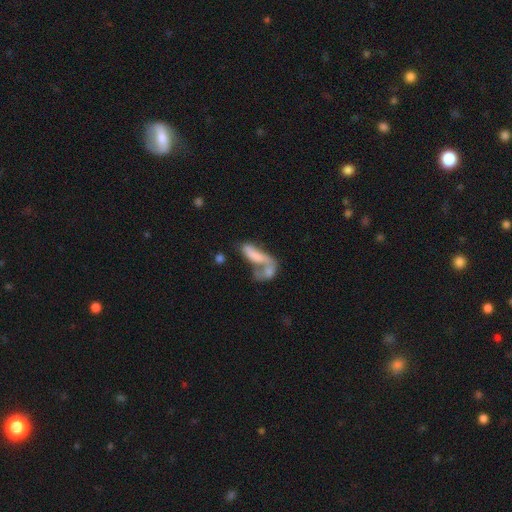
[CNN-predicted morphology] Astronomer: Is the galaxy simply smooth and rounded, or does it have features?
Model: smooth — 58%.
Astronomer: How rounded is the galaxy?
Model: in between — 65%.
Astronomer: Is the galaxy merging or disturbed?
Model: merger — 61%.